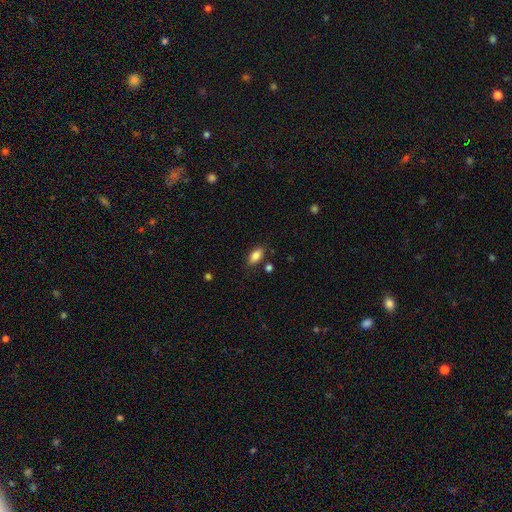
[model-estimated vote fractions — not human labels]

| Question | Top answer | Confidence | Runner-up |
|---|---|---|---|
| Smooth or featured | smooth | 86% | star or artifact (8%) |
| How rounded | in between | 89% | cigar-shaped (6%) |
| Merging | none | 83% | minor disturbance (11%) |